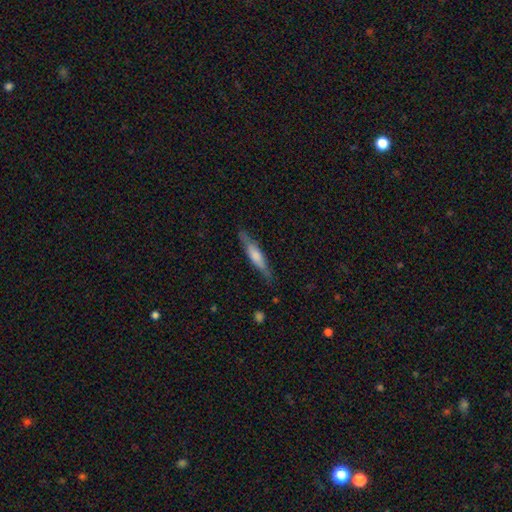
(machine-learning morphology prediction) smooth_or_featured: smooth (p=0.58) [alt: featured or disk p=0.36]
how_rounded: cigar-shaped (p=0.79) [alt: in between p=0.19]
merging: none (p=0.76) [alt: minor disturbance p=0.19]